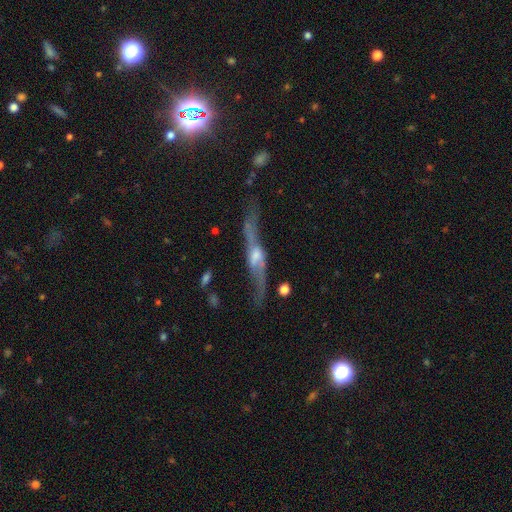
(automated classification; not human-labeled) Morphology: type=featured or disk (79%); edge-on=yes (74%); edge-on bulge=rounded (76%); merging=none (60%).